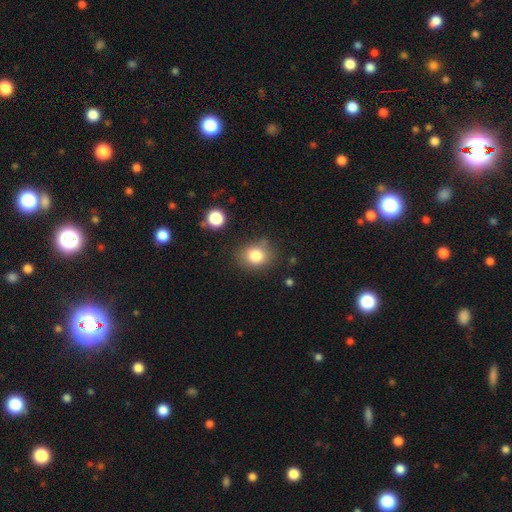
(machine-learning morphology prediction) Smooth or featured? Predicted: smooth (p=0.82). How rounded? Predicted: round (p=0.60). Merging? Predicted: none (p=0.75).